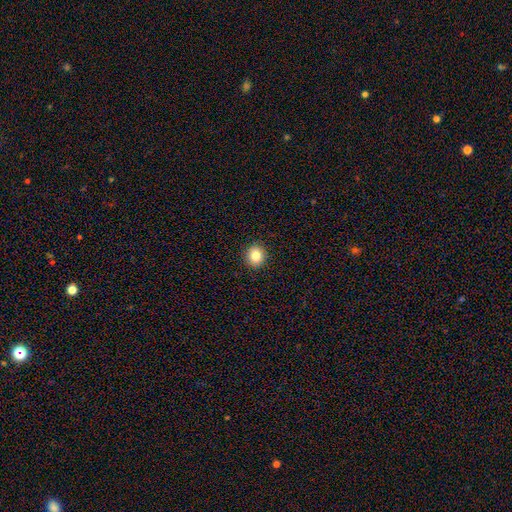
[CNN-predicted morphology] A smooth galaxy with no disk features (83%) that is round (79%). Merging: none (92%).